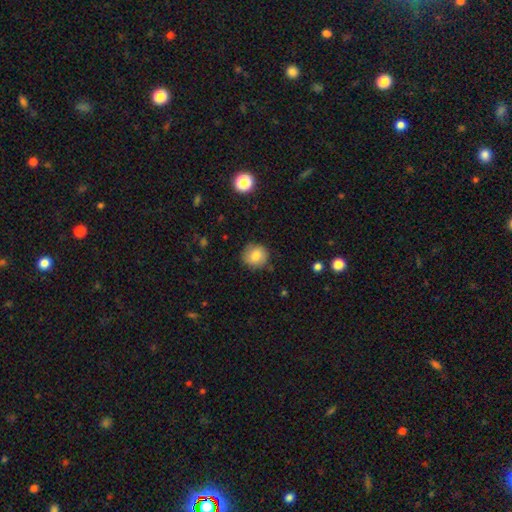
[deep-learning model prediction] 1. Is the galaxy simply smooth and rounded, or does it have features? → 81% smooth, 10% featured or disk, 9% star or artifact.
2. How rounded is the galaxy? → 88% round, 11% in between, 1% cigar-shaped.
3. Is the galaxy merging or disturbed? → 84% none, 12% minor disturbance, 3% major disturbance, 1% merger.